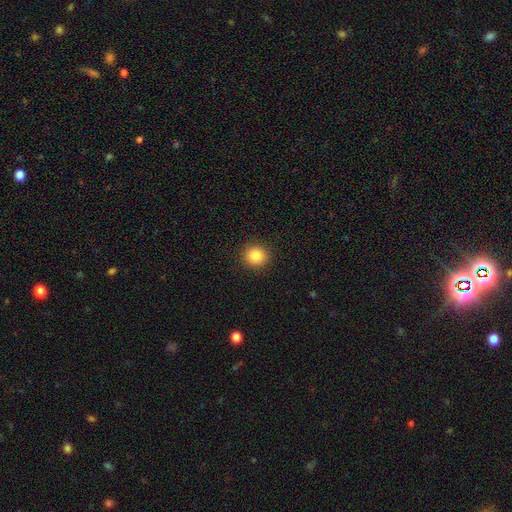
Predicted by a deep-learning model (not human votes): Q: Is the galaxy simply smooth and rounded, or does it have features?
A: smooth — 84%.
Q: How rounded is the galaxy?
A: round — 91%.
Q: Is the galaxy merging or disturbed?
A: none — 92%.